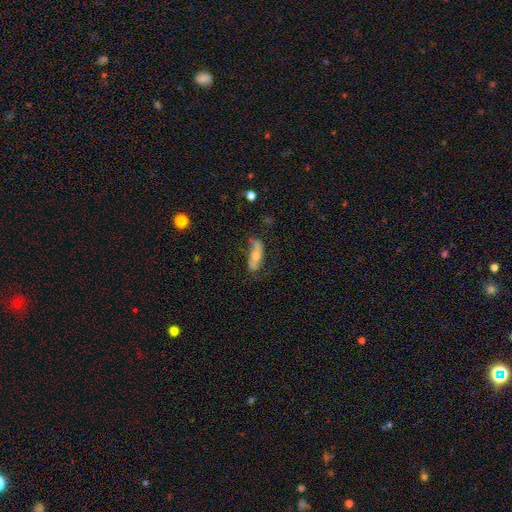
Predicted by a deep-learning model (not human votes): Q: Smooth or featured?
A: smooth (48%); runner-up: featured or disk (44%)
Q: Merging?
A: none (53%); runner-up: minor disturbance (29%)